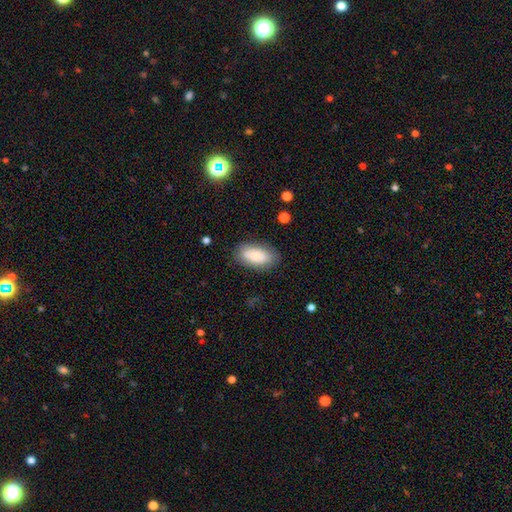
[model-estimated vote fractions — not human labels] smooth-or-featured: smooth: 81% | featured or disk: 12% | star or artifact: 7%
  how-rounded: in between: 92% | cigar-shaped: 4% | round: 3%
  merging: none: 79% | minor disturbance: 15% | major disturbance: 4% | merger: 2%